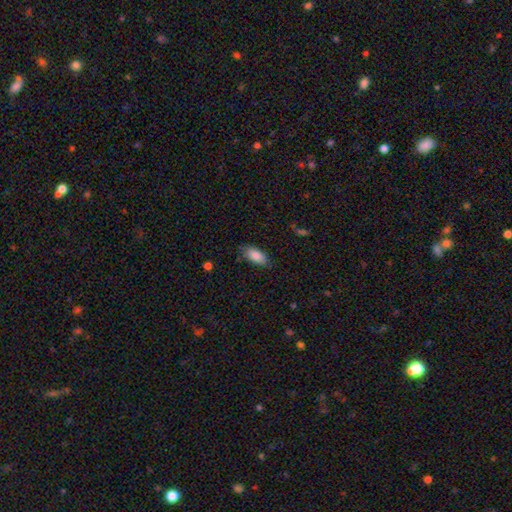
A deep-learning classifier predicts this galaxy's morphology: smooth 87%, star or artifact 7%, featured or disk 6%. Down the decision tree: how rounded — in between (88%); merging — none (80%).